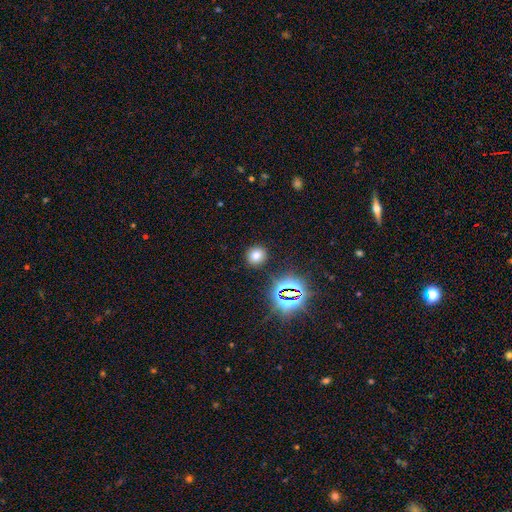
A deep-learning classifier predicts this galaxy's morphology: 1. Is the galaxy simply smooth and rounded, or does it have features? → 70% smooth, 22% star or artifact, 8% featured or disk.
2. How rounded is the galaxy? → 86% round, 13% in between, 1% cigar-shaped.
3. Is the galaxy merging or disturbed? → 89% none, 7% minor disturbance, 3% major disturbance, 2% merger.